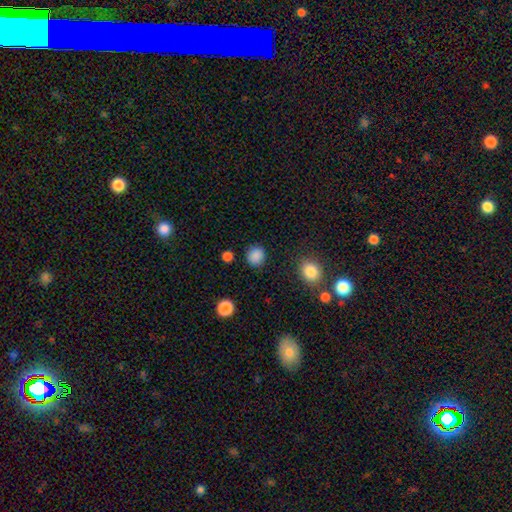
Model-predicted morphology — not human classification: Q: Smooth or featured?
A: smooth (87%); runner-up: star or artifact (10%)
Q: How rounded?
A: round (86%); runner-up: in between (13%)
Q: Merging?
A: none (87%); runner-up: minor disturbance (8%)